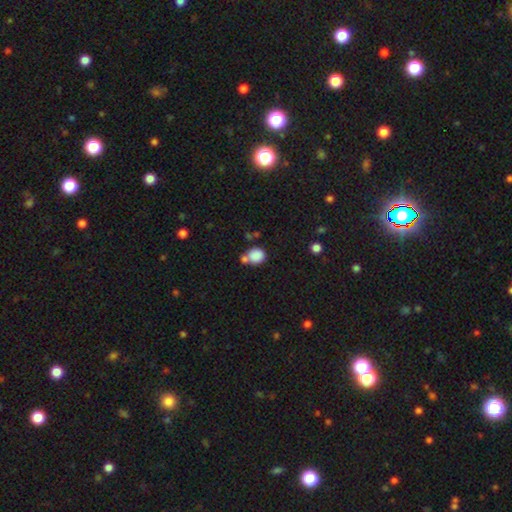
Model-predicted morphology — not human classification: This appears to be a smooth galaxy with no disk features (85%) that is round (74%). Merging: none (50%).